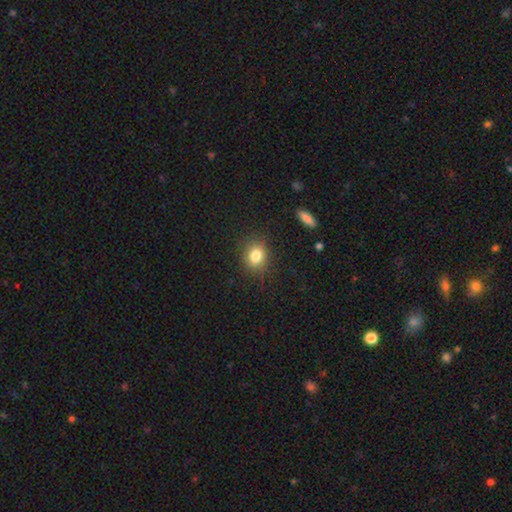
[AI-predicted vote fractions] Smooth or featured? Predicted: smooth (p=0.82). How rounded? Predicted: round (p=0.64). Merging? Predicted: none (p=0.85).